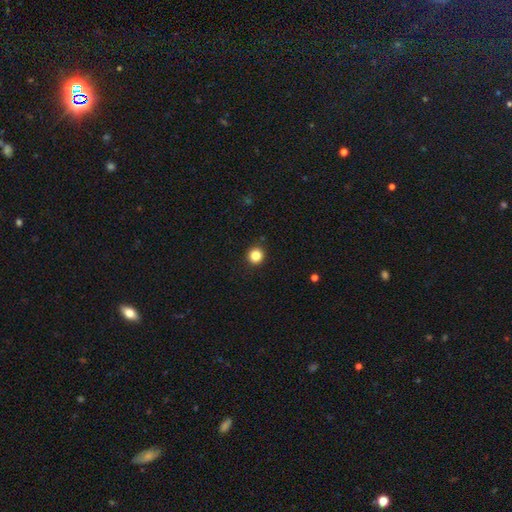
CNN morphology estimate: Smooth or featured: smooth — 84% (star or artifact — 11%)
How rounded: round — 92% (in between — 7%)
Merging: none — 92% (minor disturbance — 5%)